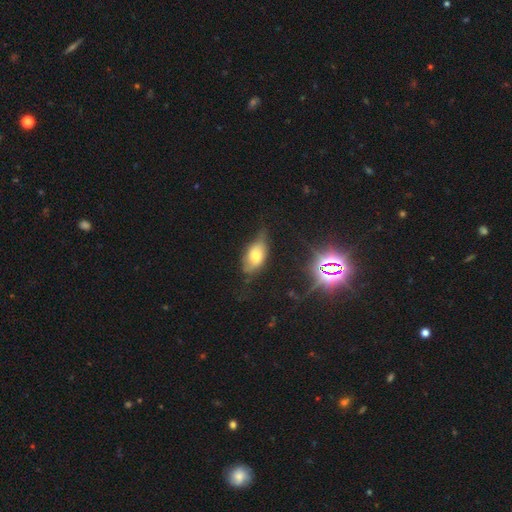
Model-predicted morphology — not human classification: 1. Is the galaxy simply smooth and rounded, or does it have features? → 56% smooth, 32% featured or disk, 12% star or artifact.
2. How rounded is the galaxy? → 88% in between, 6% round, 5% cigar-shaped.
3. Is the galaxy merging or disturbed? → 49% none, 34% minor disturbance, 14% major disturbance, 2% merger.